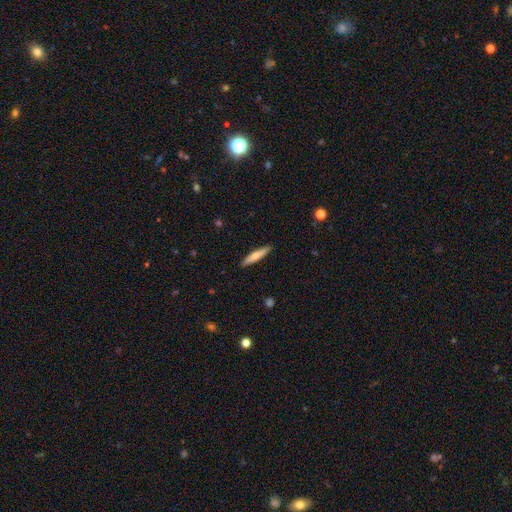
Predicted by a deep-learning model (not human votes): smooth 66%, featured or disk 29%, star or artifact 5%. Down the decision tree: how rounded — cigar-shaped (91%); merging — none (91%).